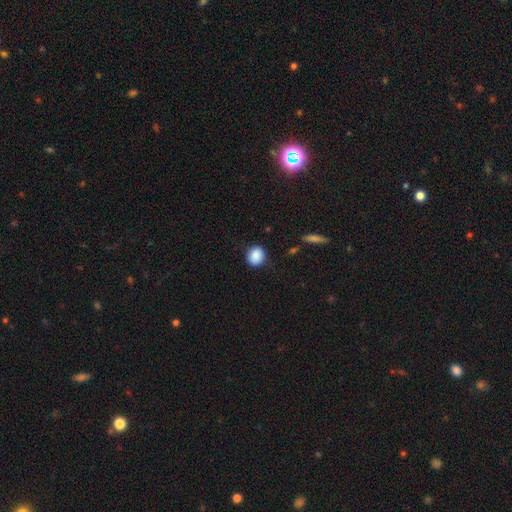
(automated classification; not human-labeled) A smooth galaxy with no disk features (89%) that is round (76%).

Vote fractions:
- Smooth or featured? smooth: 89% / star or artifact: 8% / featured or disk: 3%
- How rounded? round: 76% / in between: 23% / cigar-shaped: 1%
- Merging? none: 86% / minor disturbance: 10% / major disturbance: 3% / merger: 1%